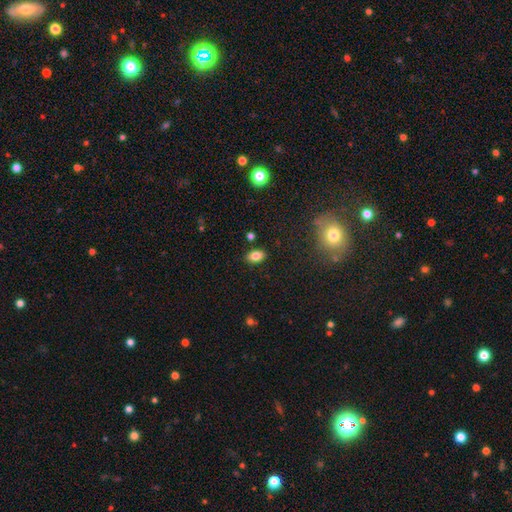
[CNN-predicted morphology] smooth 82%, star or artifact 11%, featured or disk 8%. Down the decision tree: how rounded — in between (87%); merging — none (86%).